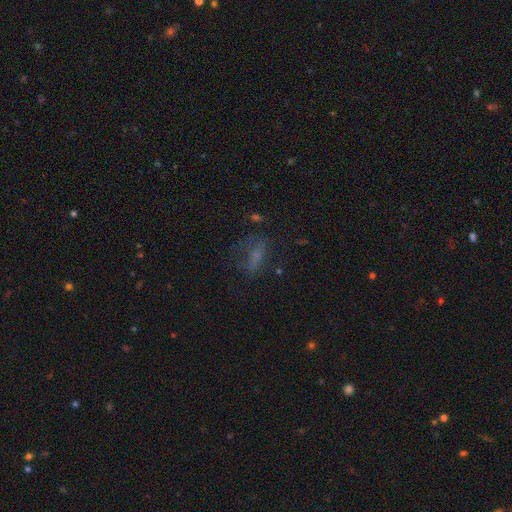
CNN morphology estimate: This appears to be a smooth galaxy with no disk features (50%) that is in between round and cigar-shaped (62%). Merging: none (51%).